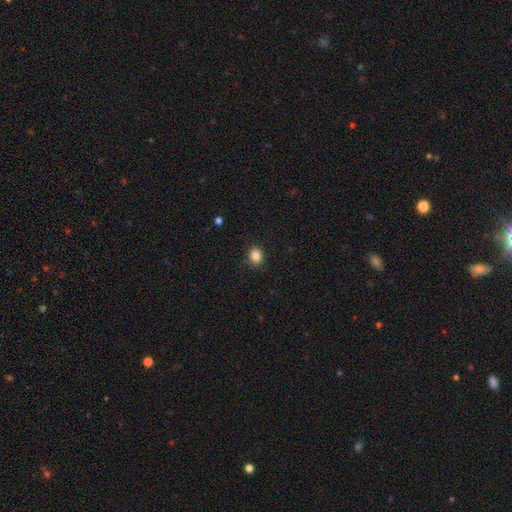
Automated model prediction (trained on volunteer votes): A smooth galaxy with no disk features (85%) that is round (58%).

Vote fractions:
- Smooth or featured? smooth: 85% / star or artifact: 10% / featured or disk: 5%
- How rounded? round: 58% / in between: 41% / cigar-shaped: 1%
- Merging? none: 88% / minor disturbance: 9% / major disturbance: 2% / merger: 1%